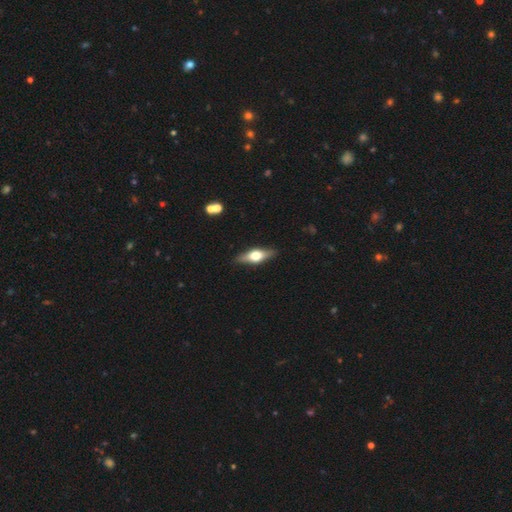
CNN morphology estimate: A featured or disk galaxy (55%) viewed edge-on (90%) with a rounded central bulge (94%).

Vote fractions:
- Smooth or featured? featured or disk: 55% / smooth: 38% / star or artifact: 6%
- Edge-on disk? yes: 90% / no: 10%
- Edge-on bulge? rounded: 94% / boxy: 4% / none: 2%
- Merging? none: 87% / minor disturbance: 9% / major disturbance: 2% / merger: 1%